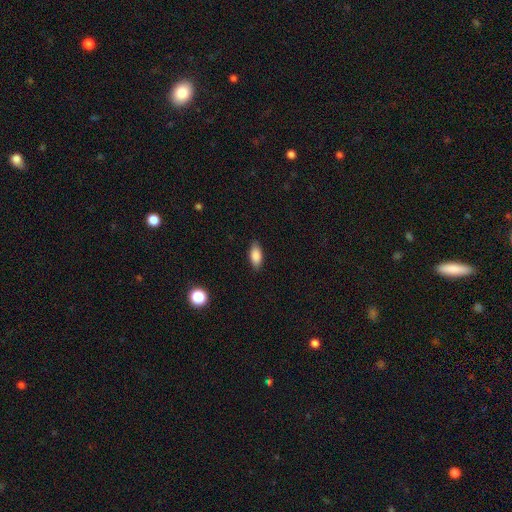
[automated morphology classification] Smooth or featured? Predicted: smooth (p=0.86). How rounded? Predicted: in between (p=0.87). Merging? Predicted: none (p=0.86).